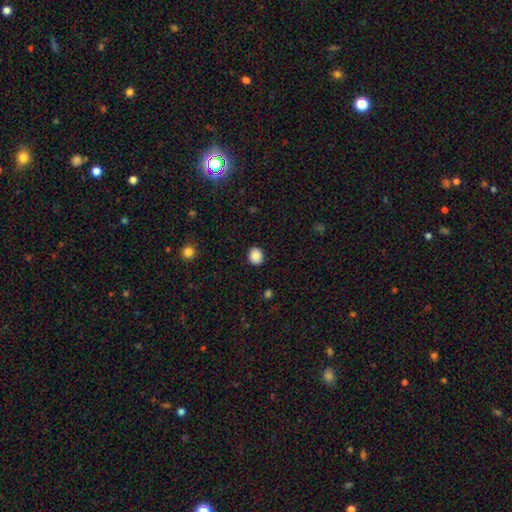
This is clearly a smooth galaxy (92%). How rounded: clearly round (89%). Merging: clearly none (89%).